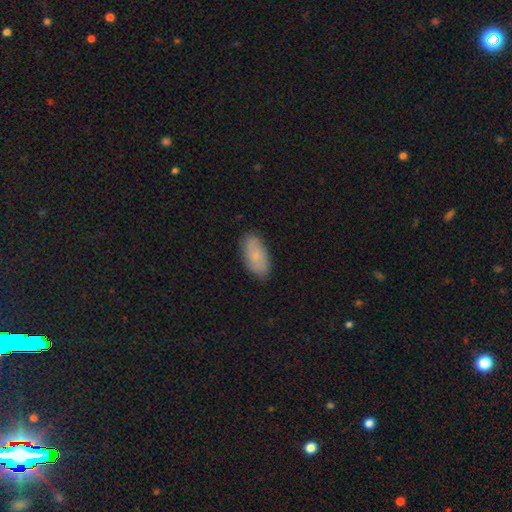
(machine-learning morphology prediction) This is likely a smooth galaxy (67%). How rounded: clearly in between (92%). Merging: clearly none (83%).